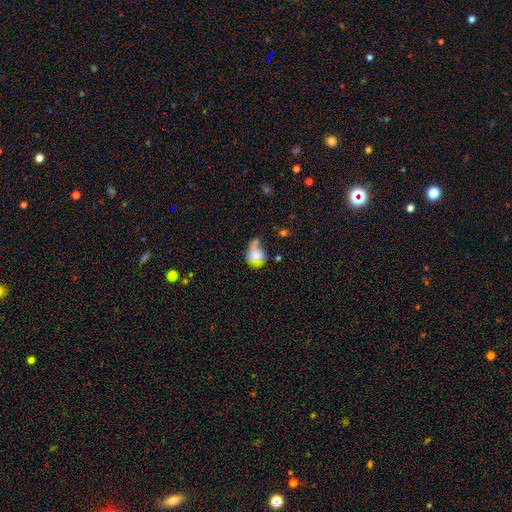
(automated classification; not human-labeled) Q: Smooth or featured?
A: smooth (64%); runner-up: featured or disk (24%)
Q: How rounded?
A: in between (57%); runner-up: round (40%)
Q: Merging?
A: major disturbance (26%); tied with: none (26%)